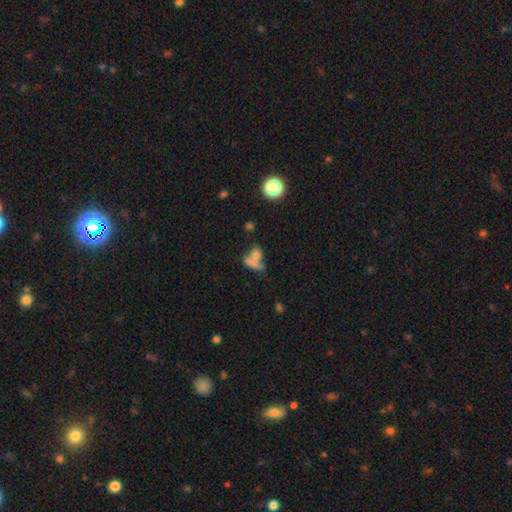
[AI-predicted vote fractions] smooth 69%, featured or disk 17%, star or artifact 14%. Down the decision tree: how rounded — in between (53%); merging — merger (53%).